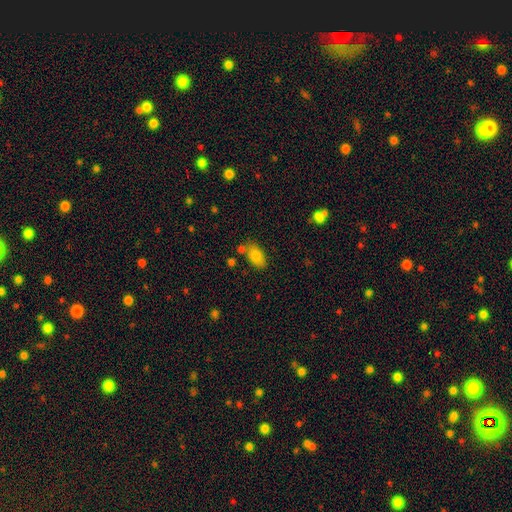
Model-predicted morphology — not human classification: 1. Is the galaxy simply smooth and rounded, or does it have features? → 82% smooth, 9% featured or disk, 9% star or artifact.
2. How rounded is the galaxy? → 90% in between, 8% round, 2% cigar-shaped.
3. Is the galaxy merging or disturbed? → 69% none, 15% minor disturbance, 12% merger, 4% major disturbance.